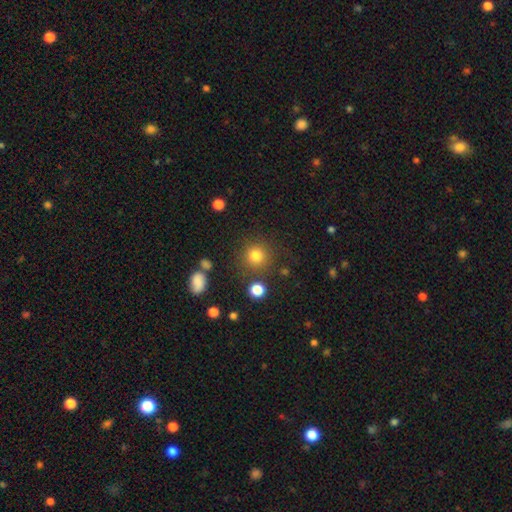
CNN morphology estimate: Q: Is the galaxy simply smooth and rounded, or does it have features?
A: smooth — 80%.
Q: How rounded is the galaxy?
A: round — 92%.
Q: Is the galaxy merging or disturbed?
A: none — 84%.